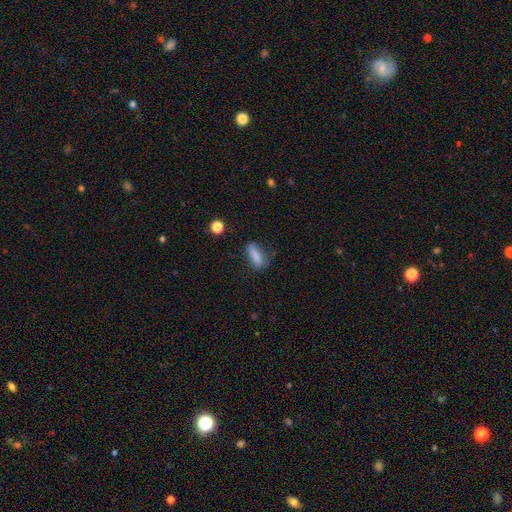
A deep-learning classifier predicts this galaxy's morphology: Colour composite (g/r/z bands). It shows a smooth galaxy with no disk features (79%) that is cigar-shaped (52%). Merging: none (64%).